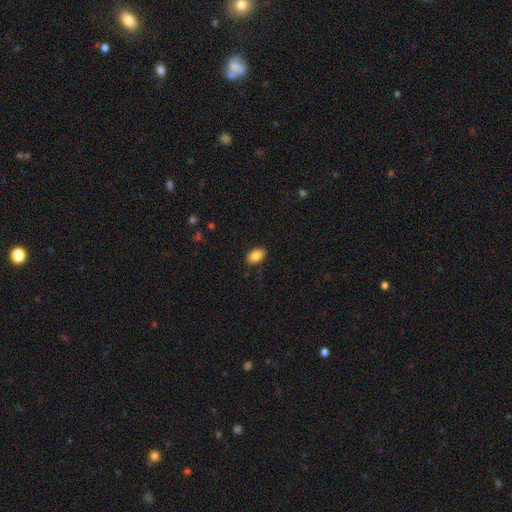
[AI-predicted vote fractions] Smooth or featured?
  - smooth: 86% *
  - star or artifact: 8%
  - featured or disk: 6%
How rounded?
  - in between: 89% *
  - round: 10%
  - cigar-shaped: 1%
Merging?
  - none: 85% *
  - minor disturbance: 11%
  - major disturbance: 2%
  - merger: 1%